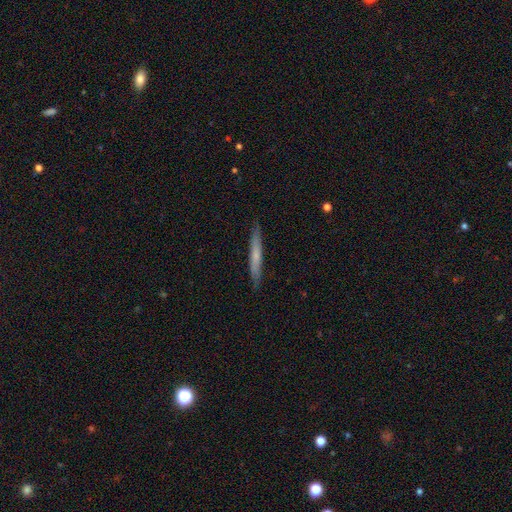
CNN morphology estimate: smooth 57%, featured or disk 38%, star or artifact 6%. Down the decision tree: how rounded — cigar-shaped (96%); merging — none (89%).